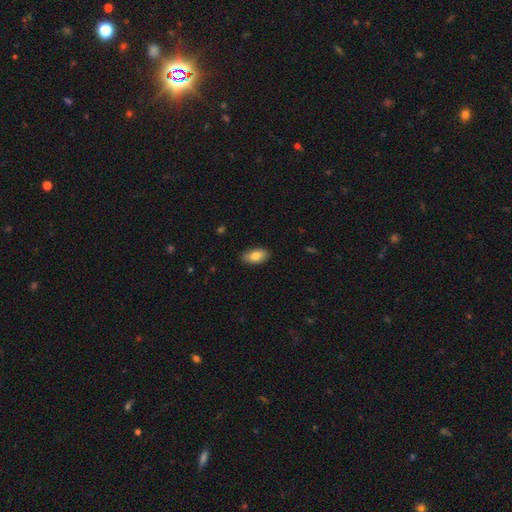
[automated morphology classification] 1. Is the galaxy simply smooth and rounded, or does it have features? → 82% smooth, 11% featured or disk, 7% star or artifact.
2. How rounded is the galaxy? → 93% in between, 5% round, 2% cigar-shaped.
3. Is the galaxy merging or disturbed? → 87% none, 10% minor disturbance, 2% major disturbance, 1% merger.